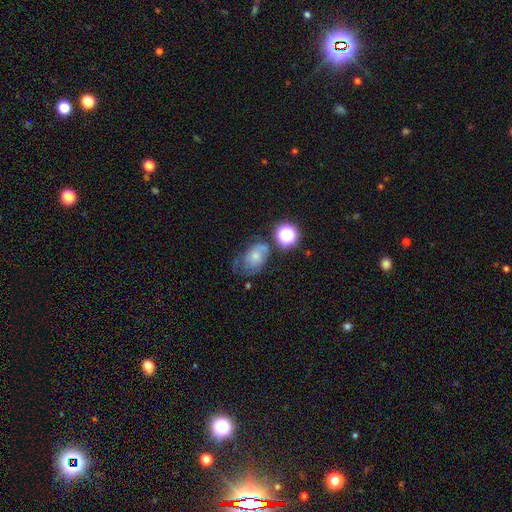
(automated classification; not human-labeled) A smooth galaxy with no disk features (59%) that is in between round and cigar-shaped (76%).

Vote fractions:
- Smooth or featured? smooth: 59% / featured or disk: 27% / star or artifact: 14%
- How rounded? in between: 76% / round: 23% / cigar-shaped: 1%
- Merging? none: 37% / minor disturbance: 32% / major disturbance: 22% / merger: 9%